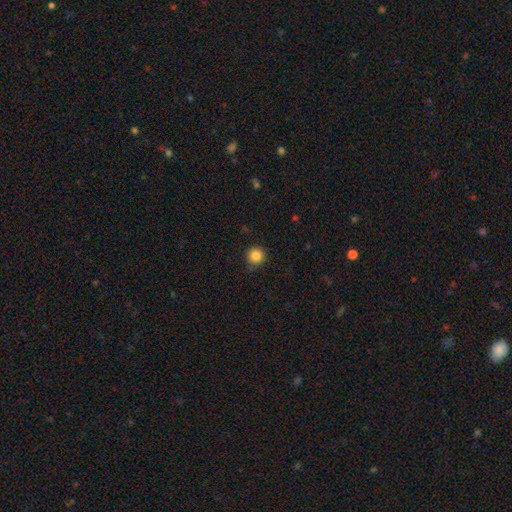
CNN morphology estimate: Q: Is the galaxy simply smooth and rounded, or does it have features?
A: smooth — 85%.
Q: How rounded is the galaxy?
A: round — 95%.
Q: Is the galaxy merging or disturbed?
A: none — 83%.